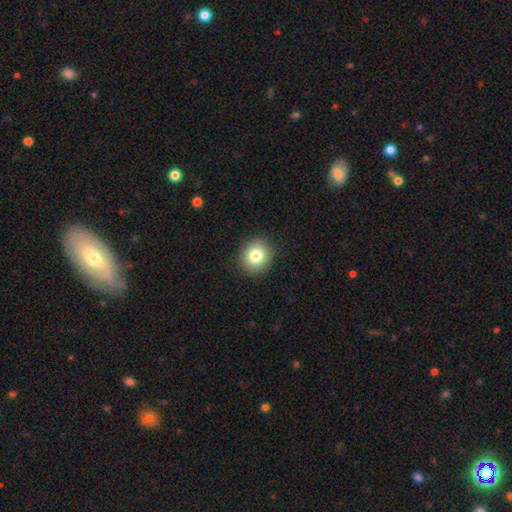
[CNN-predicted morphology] smooth_or_featured: smooth (p=0.81) [alt: star or artifact p=0.10]
how_rounded: round (p=0.84) [alt: in between p=0.15]
merging: none (p=0.91) [alt: minor disturbance p=0.06]